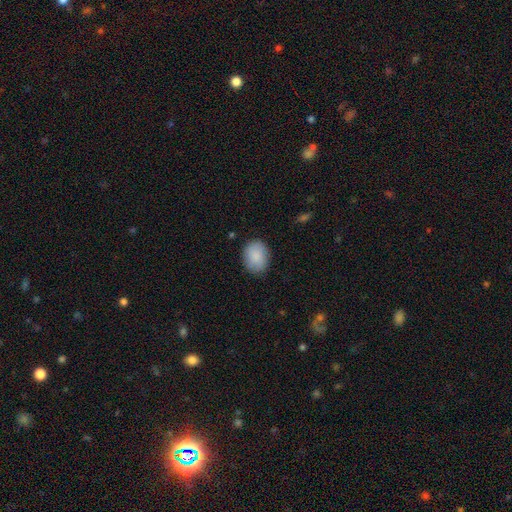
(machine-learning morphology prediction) smooth_or_featured: smooth (p=0.89) [alt: star or artifact p=0.07]
how_rounded: in between (p=0.62) [alt: round p=0.37]
merging: none (p=0.85) [alt: minor disturbance p=0.11]